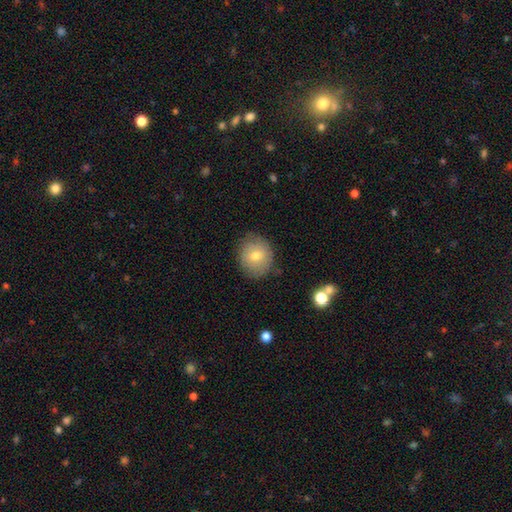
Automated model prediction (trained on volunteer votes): Smooth or featured? smooth (73%)
How rounded? round (80%)
Merging? none (83%)